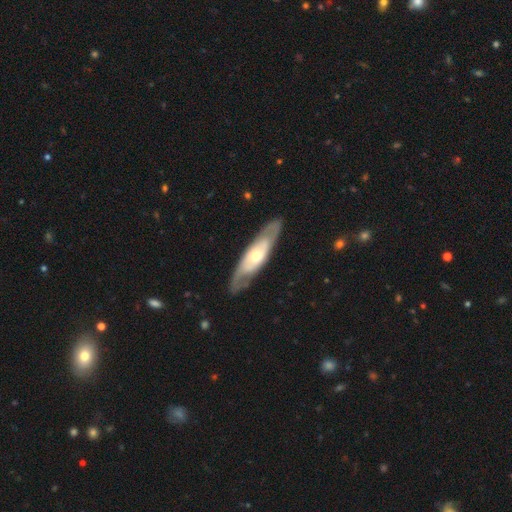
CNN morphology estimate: A featured or disk galaxy (66%).

Vote fractions:
- Smooth or featured? featured or disk: 66% / smooth: 30% / star or artifact: 5%
- Edge-on disk? no: 66% / yes: 34%
- Merging? none: 81% / minor disturbance: 13% / major disturbance: 4% / merger: 1%